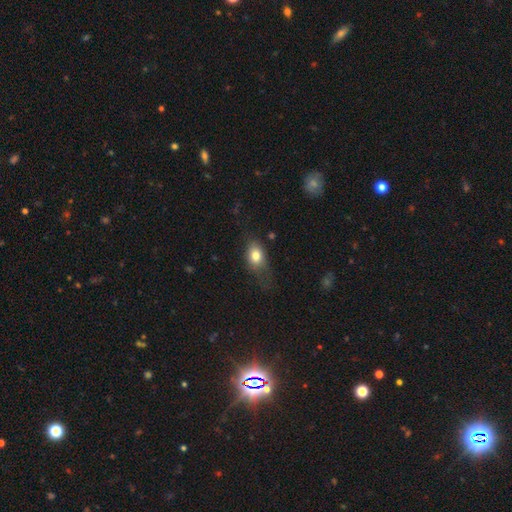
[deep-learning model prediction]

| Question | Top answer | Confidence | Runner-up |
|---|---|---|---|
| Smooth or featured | smooth | 80% | featured or disk (11%) |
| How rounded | in between | 73% | round (24%) |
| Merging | none | 48% | minor disturbance (30%) |